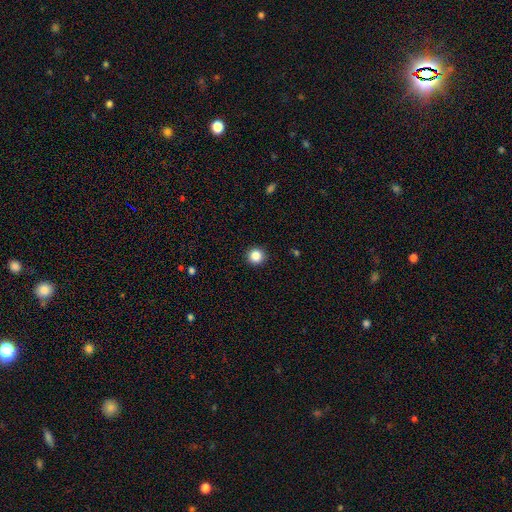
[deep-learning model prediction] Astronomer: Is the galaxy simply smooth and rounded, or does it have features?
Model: smooth — 85%.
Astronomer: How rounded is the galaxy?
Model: round — 95%.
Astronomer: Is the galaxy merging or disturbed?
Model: none — 93%.